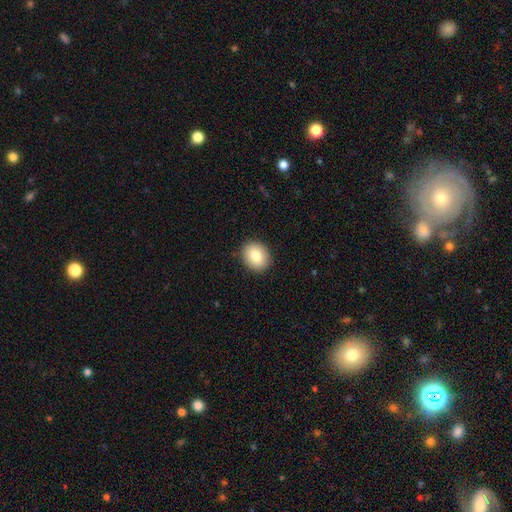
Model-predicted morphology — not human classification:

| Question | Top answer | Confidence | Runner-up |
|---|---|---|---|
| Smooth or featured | smooth | 83% | featured or disk (8%) |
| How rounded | round | 63% | in between (36%) |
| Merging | none | 90% | minor disturbance (7%) |